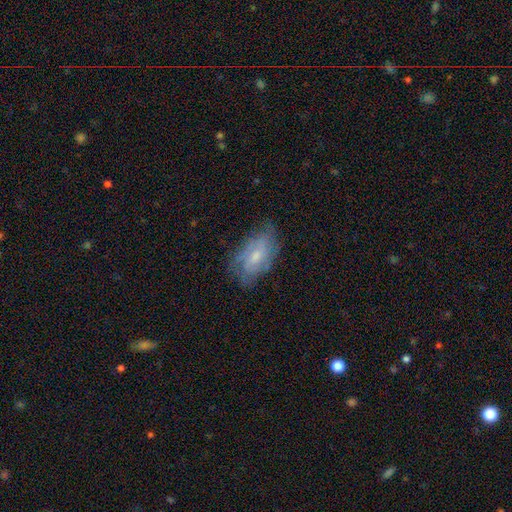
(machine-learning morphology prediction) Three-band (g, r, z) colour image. It shows a featured or disk galaxy (57%) with no bar (59%), spiral arms (76%) and a small central bulge (47%). Merging: none (63%).